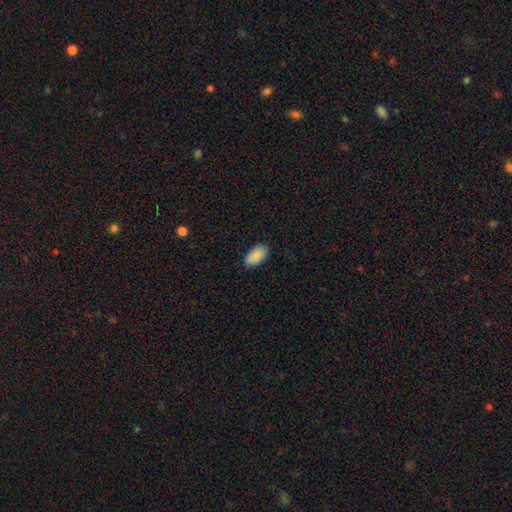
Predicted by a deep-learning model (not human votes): A smooth galaxy with no disk features (90%) that is in between round and cigar-shaped (94%). Merging: none (86%).